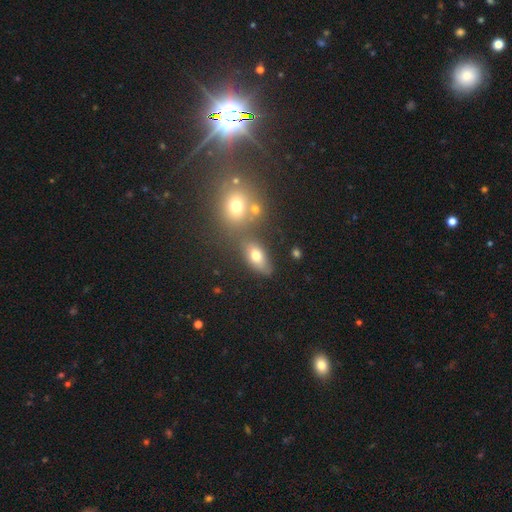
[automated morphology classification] A smooth galaxy with no disk features (73%) that is in between round and cigar-shaped (79%).

Vote fractions:
- Smooth or featured? smooth: 73% / featured or disk: 15% / star or artifact: 13%
- How rounded? in between: 79% / round: 16% / cigar-shaped: 5%
- Merging? none: 62% / merger: 19% / minor disturbance: 14% / major disturbance: 6%